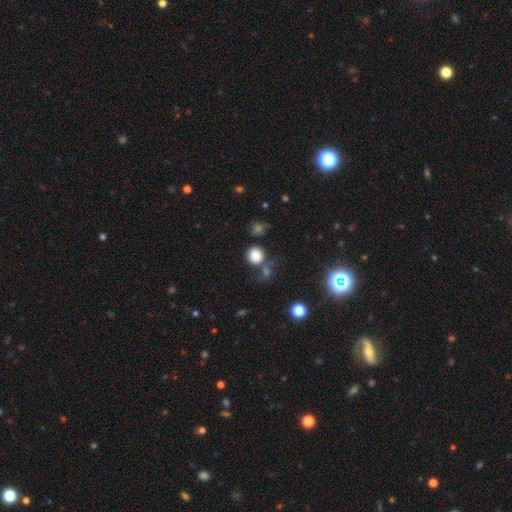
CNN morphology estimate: Smooth or featured: smooth — 82% (star or artifact — 13%)
How rounded: round — 90% (in between — 9%)
Merging: none — 65% (merger — 16%)